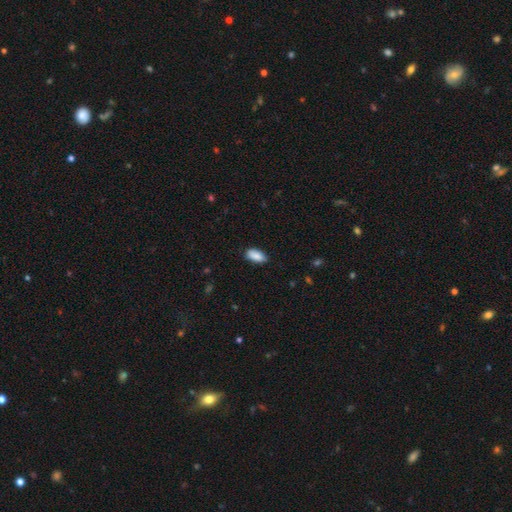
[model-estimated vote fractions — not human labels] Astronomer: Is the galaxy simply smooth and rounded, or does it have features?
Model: smooth — 88%.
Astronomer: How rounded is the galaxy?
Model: in between — 92%.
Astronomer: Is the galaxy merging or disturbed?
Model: none — 82%.